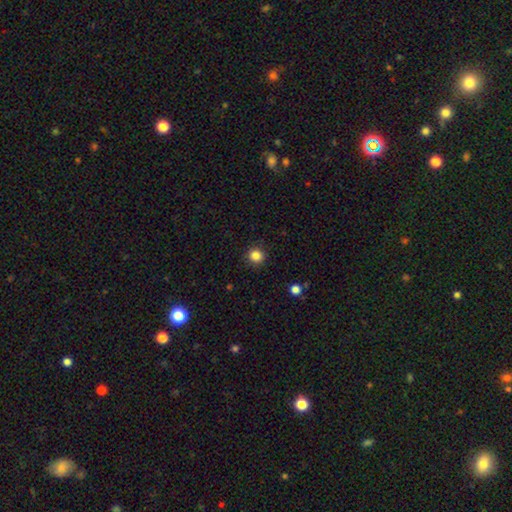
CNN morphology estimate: This is clearly a smooth galaxy (85%). How rounded: clearly round (93%). Merging: clearly none (91%).